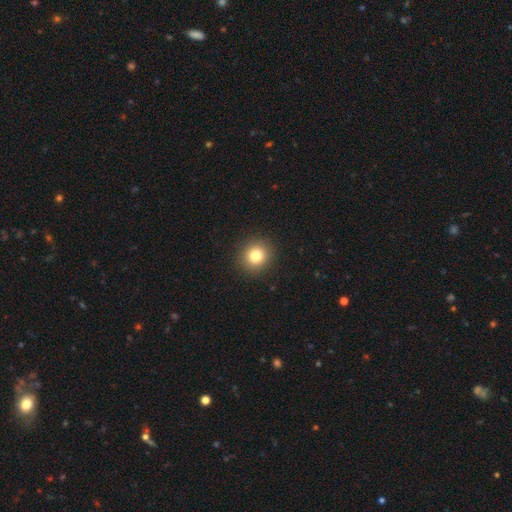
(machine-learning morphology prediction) smooth-or-featured: smooth: 81% | star or artifact: 12% | featured or disk: 8%
  how-rounded: round: 88% | in between: 11% | cigar-shaped: 1%
  merging: none: 91% | minor disturbance: 6% | major disturbance: 2% | merger: 1%